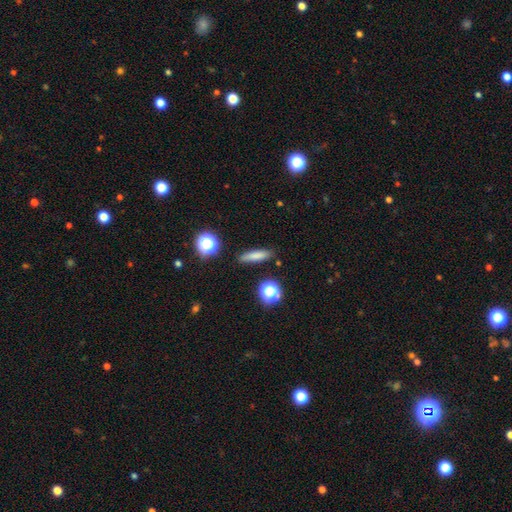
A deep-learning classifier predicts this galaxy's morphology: Q: Smooth or featured?
A: smooth (76%); runner-up: star or artifact (12%)
Q: How rounded?
A: cigar-shaped (75%); runner-up: in between (19%)
Q: Merging?
A: none (86%); runner-up: minor disturbance (9%)